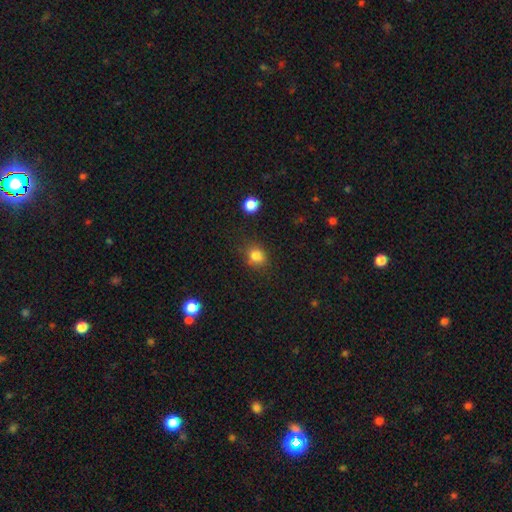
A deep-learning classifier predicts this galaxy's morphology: The model was most divided on "how rounded": round: 69%, in between: 30%, cigar-shaped: 1%. More confident: smooth or featured — smooth (82%); merging — none (77%).